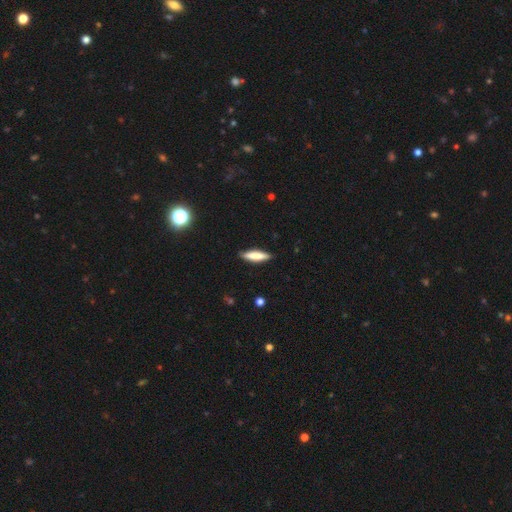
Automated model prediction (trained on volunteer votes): Smooth or featured? Predicted: smooth (p=0.72). How rounded? Predicted: cigar-shaped (p=0.73). Merging? Predicted: none (p=0.86).